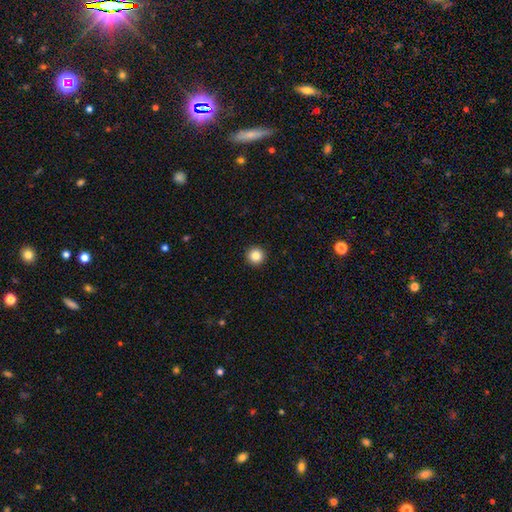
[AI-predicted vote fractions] Overall: smooth (86%). How rounded: round (97%). Merging: none (94%).